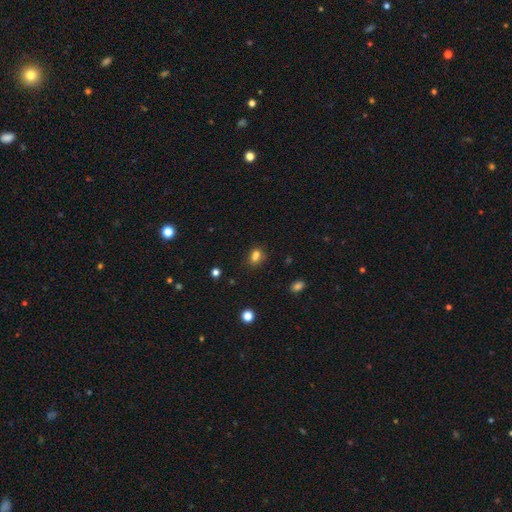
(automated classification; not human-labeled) A smooth galaxy with no disk features (75%) that is in between round and cigar-shaped (58%).

Vote fractions:
- Smooth or featured? smooth: 75% / star or artifact: 16% / featured or disk: 10%
- How rounded? in between: 58% / round: 39% / cigar-shaped: 2%
- Merging? none: 53% / merger: 28% / minor disturbance: 14% / major disturbance: 5%